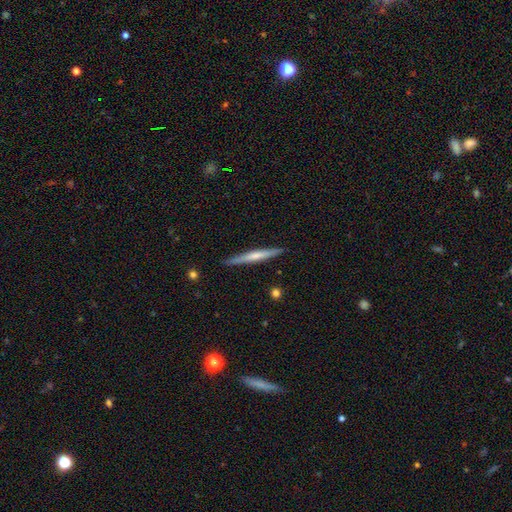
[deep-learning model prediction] A featured or disk galaxy (54%) viewed edge-on (97%) with no central bulge (49%). Merging: none (90%).